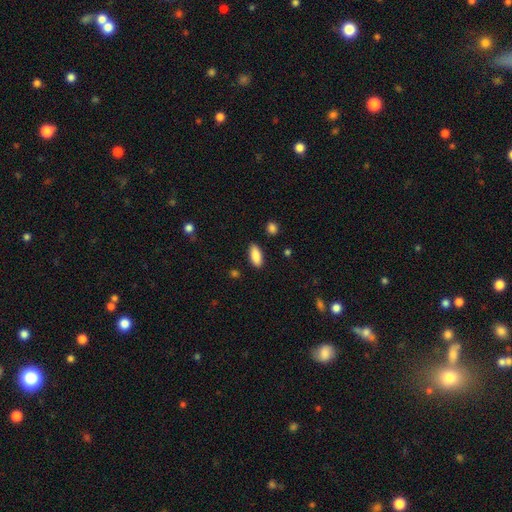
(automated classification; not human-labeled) Smooth or featured: smooth — 88% (star or artifact — 6%)
How rounded: in between — 83% (cigar-shaped — 15%)
Merging: none — 88% (minor disturbance — 9%)